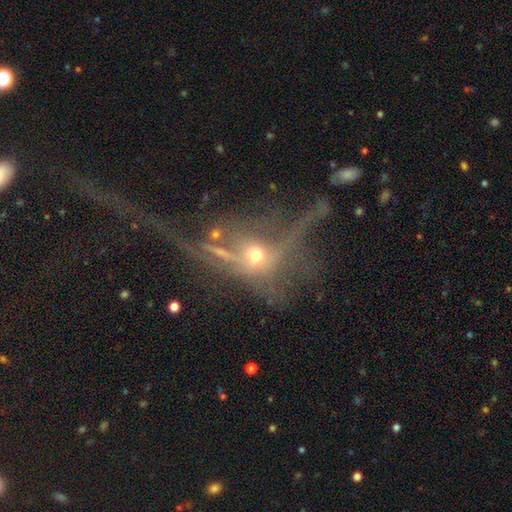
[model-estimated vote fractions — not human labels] The model was most divided on "merging": major disturbance: 38%, none: 31%, merger: 17%, minor disturbance: 14%. Remaining: smooth or featured — featured or disk (44%).